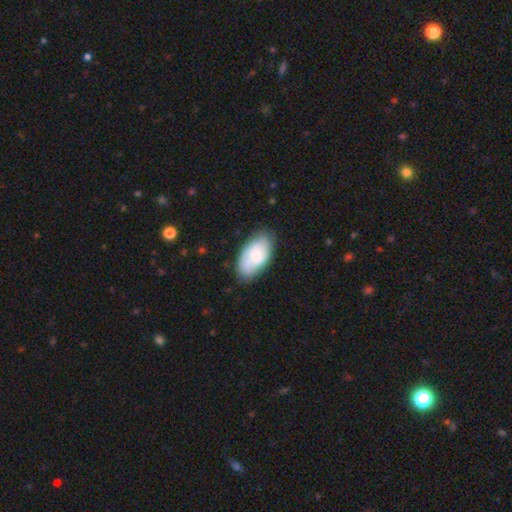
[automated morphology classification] The model was most divided on "smooth or featured": smooth: 61%, featured or disk: 33%, star or artifact: 6%. More confident: how rounded — in between (94%); merging — none (75%).